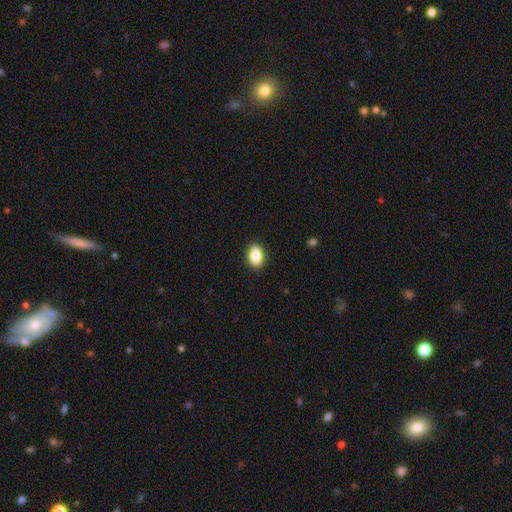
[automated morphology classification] A smooth galaxy with no disk features (85%) that is in between round and cigar-shaped (87%).

Vote fractions:
- Smooth or featured? smooth: 85% / star or artifact: 8% / featured or disk: 7%
- How rounded? in between: 87% / round: 11% / cigar-shaped: 2%
- Merging? none: 90% / minor disturbance: 7% / major disturbance: 2% / merger: 1%